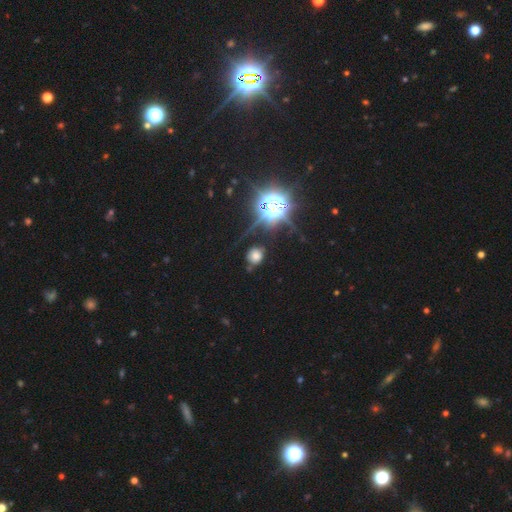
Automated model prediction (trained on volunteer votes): This appears to be a smooth galaxy with no disk features (56%) that is round (80%). Merging: none (71%).